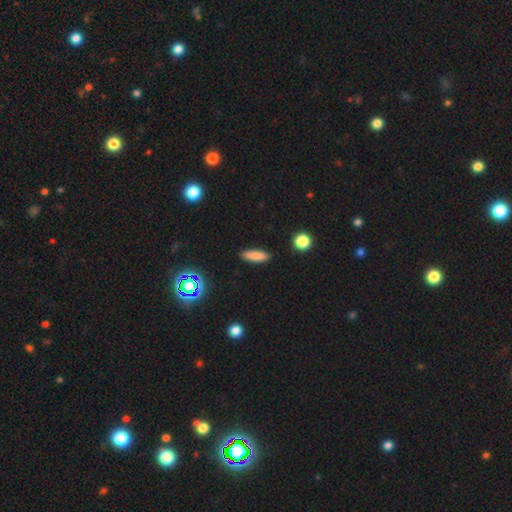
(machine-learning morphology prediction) A smooth galaxy with no disk features (83%) that is cigar-shaped (59%).

Vote fractions:
- Smooth or featured? smooth: 83% / star or artifact: 10% / featured or disk: 7%
- How rounded? cigar-shaped: 59% / in between: 38% / round: 3%
- Merging? none: 90% / minor disturbance: 7% / major disturbance: 2% / merger: 1%